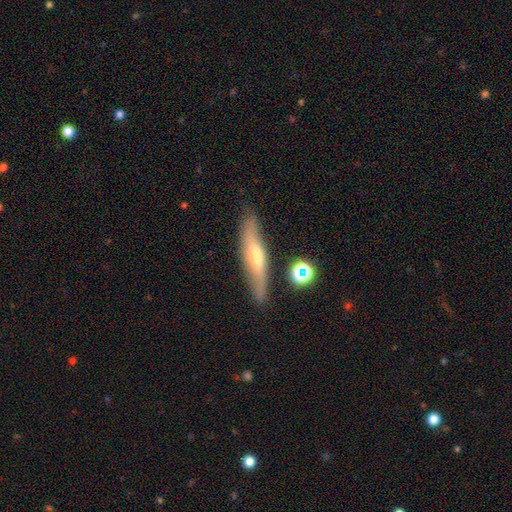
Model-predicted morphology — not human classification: This appears to be a featured or disk galaxy (56%) viewed edge-on (78%). Merging: none (79%).